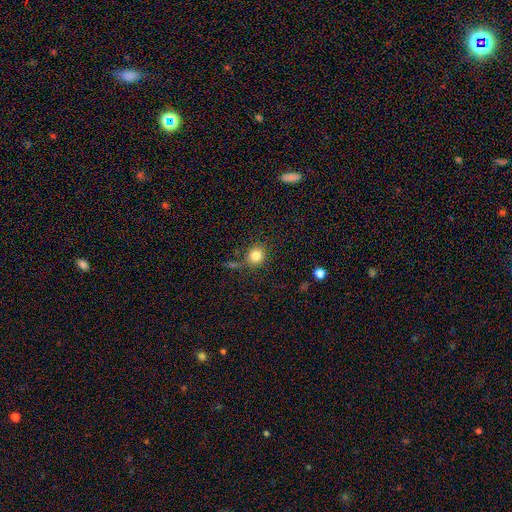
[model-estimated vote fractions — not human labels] The model was most divided on "merging": none: 76%, minor disturbance: 12%, merger: 7%, major disturbance: 5%. More confident: how rounded — round (85%); smooth or featured — smooth (83%).